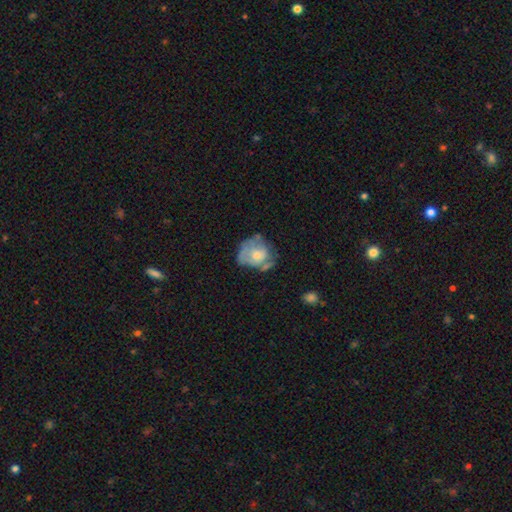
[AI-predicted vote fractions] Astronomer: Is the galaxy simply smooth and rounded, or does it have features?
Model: featured or disk — 47% (runner-up: smooth, 46%).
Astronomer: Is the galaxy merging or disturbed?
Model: none — 40% (runner-up: minor disturbance, 31%).